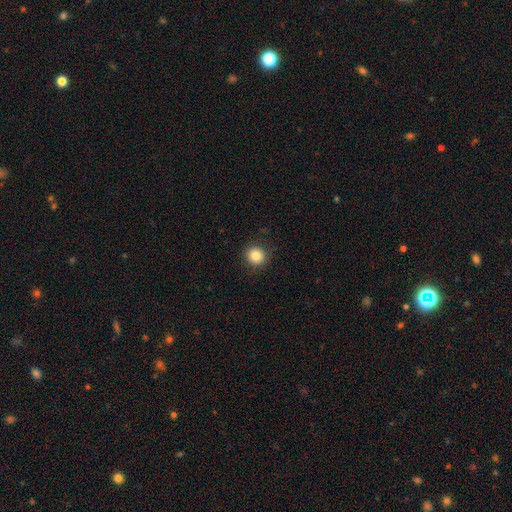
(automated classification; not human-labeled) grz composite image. It shows a smooth galaxy with no disk features (83%) that is round (92%). Merging: none (90%).